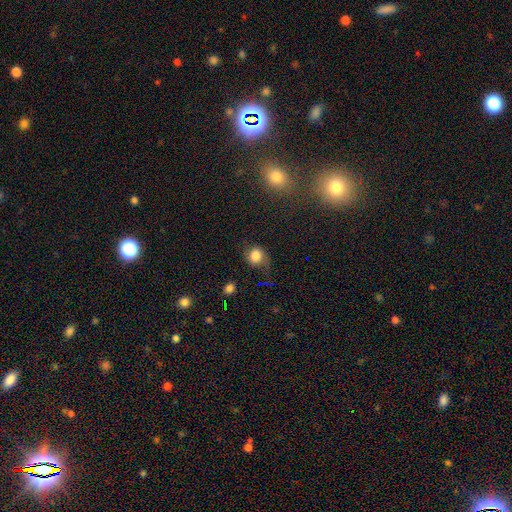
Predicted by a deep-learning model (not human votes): This is likely a smooth galaxy (77%). How rounded: likely round (71%). Merging: possibly none (51%).